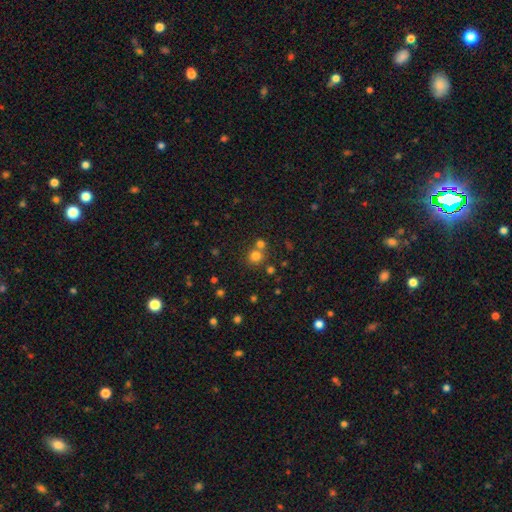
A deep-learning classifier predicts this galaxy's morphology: Smooth or featured: smooth — 76% (star or artifact — 17%)
How rounded: round — 87% (in between — 12%)
Merging: none — 59% (merger — 31%)